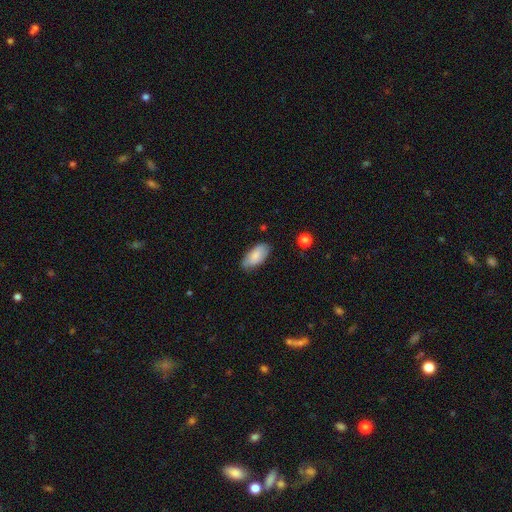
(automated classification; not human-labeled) Overall: smooth (80%). How rounded: in between (90%). Merging: none (77%).